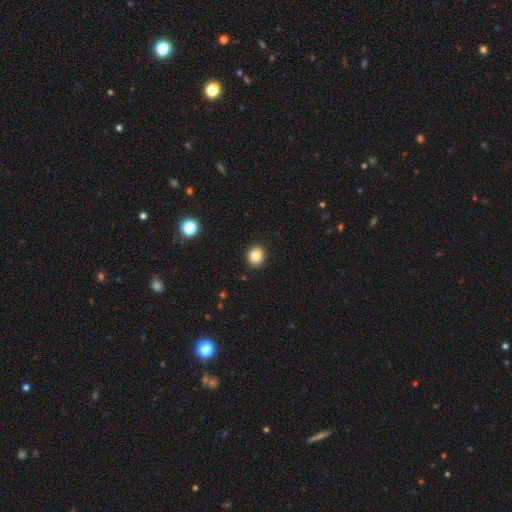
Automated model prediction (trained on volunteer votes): Q: Smooth or featured?
A: smooth (86%); runner-up: star or artifact (10%)
Q: How rounded?
A: round (72%); runner-up: in between (27%)
Q: Merging?
A: none (91%); runner-up: minor disturbance (6%)